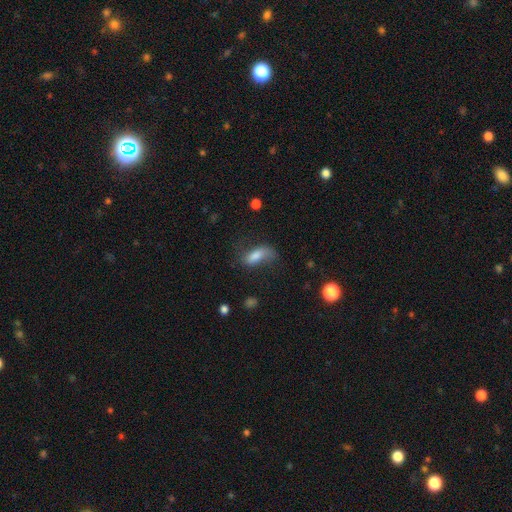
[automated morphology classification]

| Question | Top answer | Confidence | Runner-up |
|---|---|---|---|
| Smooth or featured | smooth | 66% | featured or disk (25%) |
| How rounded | in between | 78% | cigar-shaped (17%) |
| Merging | none | 44% | minor disturbance (27%) |